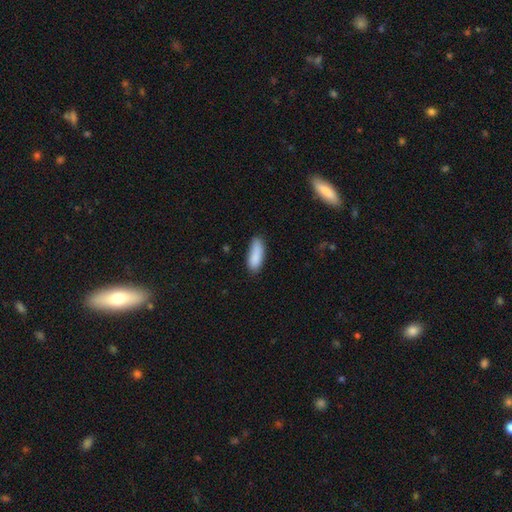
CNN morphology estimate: Smooth or featured: smooth — 87% (star or artifact — 7%)
How rounded: in between — 65% (cigar-shaped — 33%)
Merging: none — 71% (minor disturbance — 23%)